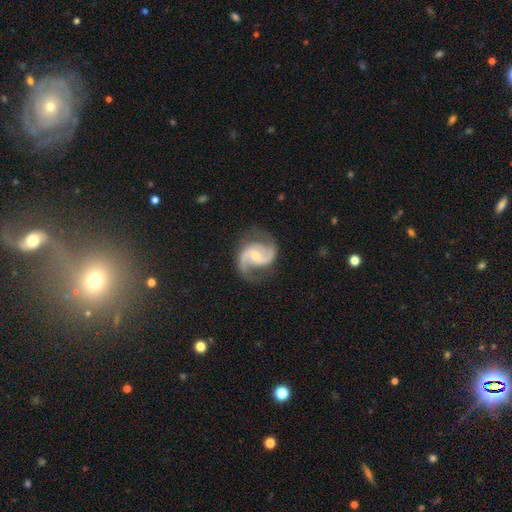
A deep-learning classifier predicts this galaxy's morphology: A featured or disk galaxy (91%) with a weak bar (48%), 2 (91%) medium (54%) spiral arms (98%) and a moderate central bulge (54%). Merging: none (73%).